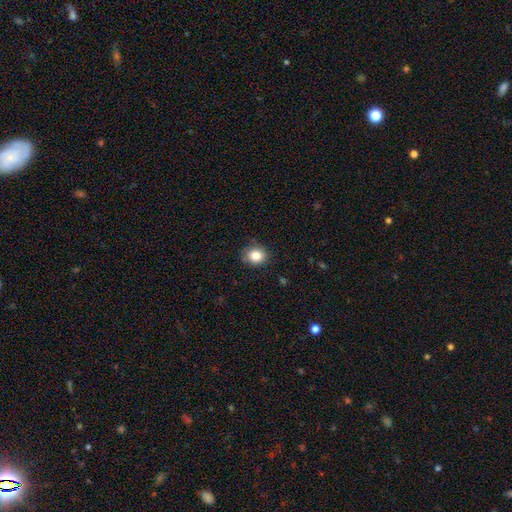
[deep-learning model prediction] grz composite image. It shows a smooth galaxy with no disk features (84%) that is round (75%). Merging: none (84%).